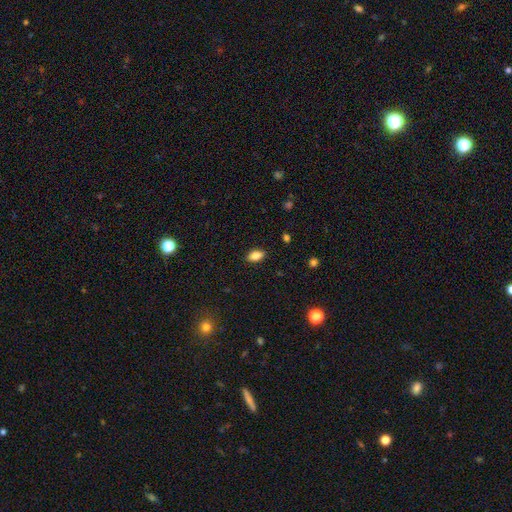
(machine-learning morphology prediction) type=smooth (84%); roundness=in between (89%); merging=none (87%).